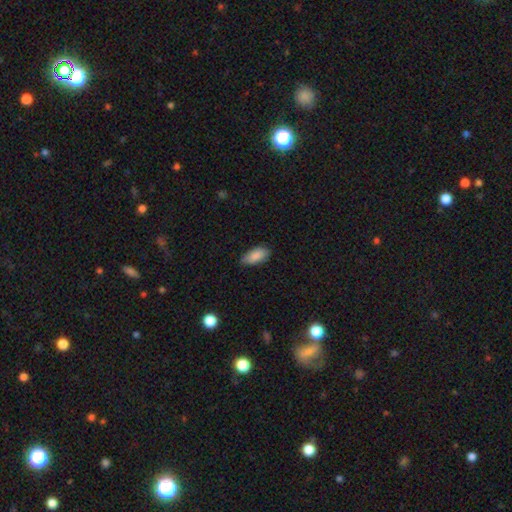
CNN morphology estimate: smooth_or_featured: smooth (p=0.88) [alt: star or artifact p=0.06]
how_rounded: in between (p=0.89) [alt: cigar-shaped p=0.09]
merging: none (p=0.81) [alt: minor disturbance p=0.15]